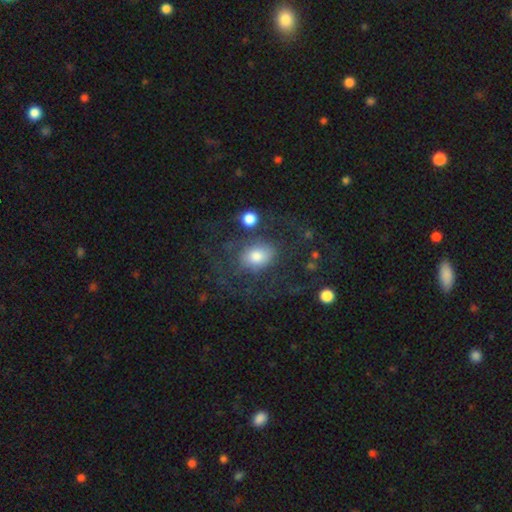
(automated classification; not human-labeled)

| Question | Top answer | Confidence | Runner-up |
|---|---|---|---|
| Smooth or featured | smooth | 53% | featured or disk (36%) |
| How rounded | in between | 62% | round (37%) |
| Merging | none | 52% | major disturbance (24%) |